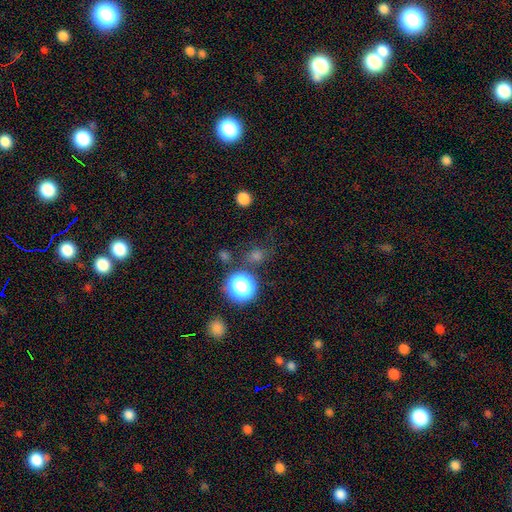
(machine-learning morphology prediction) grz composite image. It shows a smooth galaxy with no disk features (60%) that is round (81%). Merging: none (74%).